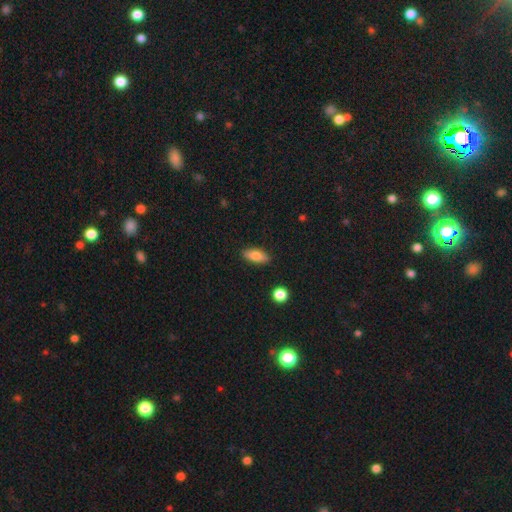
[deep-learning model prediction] This appears to be a smooth galaxy with no disk features (79%) that is in between round and cigar-shaped (79%). Merging: none (88%).